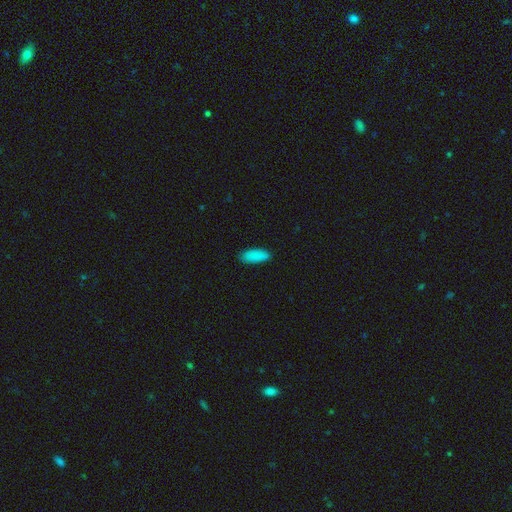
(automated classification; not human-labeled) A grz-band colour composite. It shows a smooth galaxy with no disk features (88%) that is in between round and cigar-shaped (77%). Merging: none (84%).